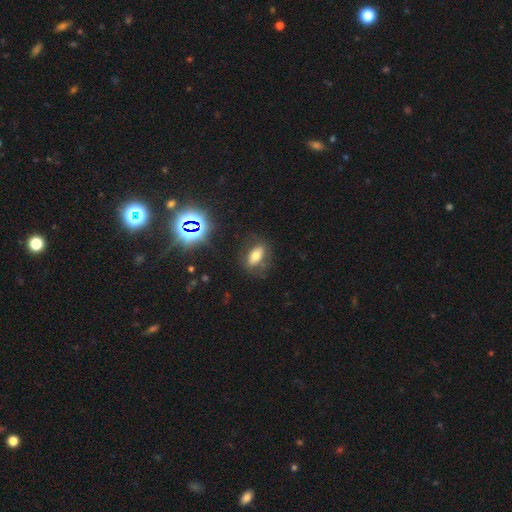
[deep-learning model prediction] smooth_or_featured: smooth (p=0.58) [alt: featured or disk p=0.25]
how_rounded: in between (p=0.82) [alt: round p=0.09]
merging: none (p=0.74) [alt: minor disturbance p=0.16]